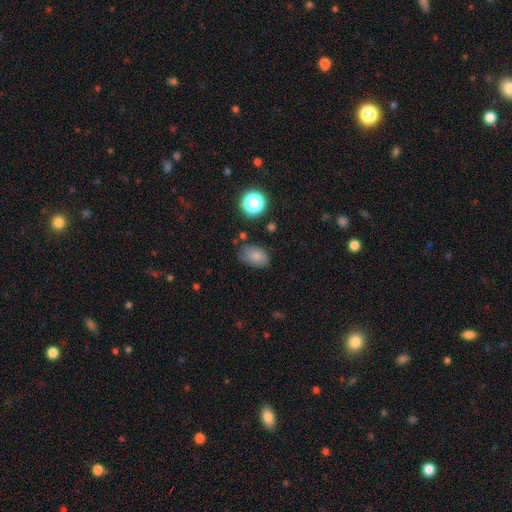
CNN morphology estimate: smooth 76%, star or artifact 12%, featured or disk 11%. Down the decision tree: how rounded — in between (83%); merging — none (66%).